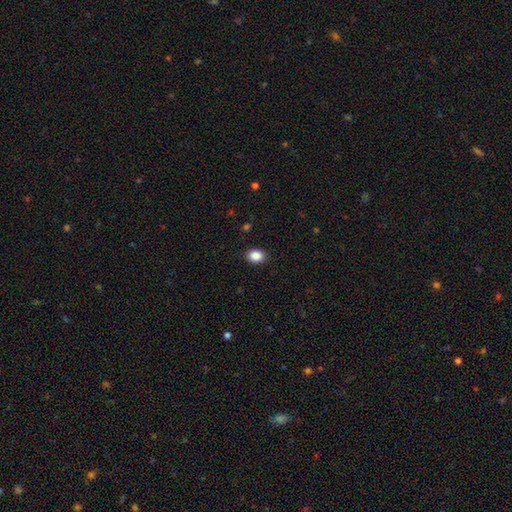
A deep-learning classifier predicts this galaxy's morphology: This is clearly a smooth galaxy (87%). How rounded: likely in between (60%). Merging: clearly none (89%).